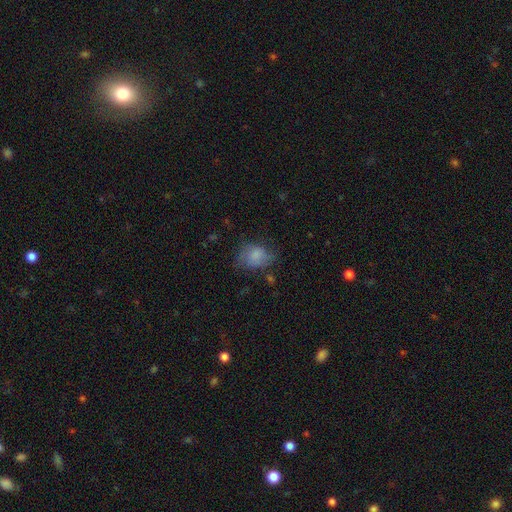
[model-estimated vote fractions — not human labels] Smooth or featured?
  - smooth: 74% *
  - featured or disk: 16%
  - star or artifact: 10%
How rounded?
  - in between: 60% *
  - round: 39%
  - cigar-shaped: 1%
Merging?
  - none: 51% *
  - minor disturbance: 30%
  - major disturbance: 16%
  - merger: 2%